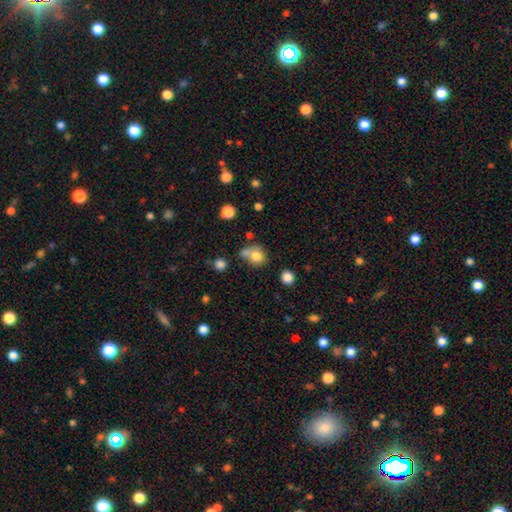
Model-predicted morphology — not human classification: Smooth or featured?
  - smooth: 79% *
  - star or artifact: 12%
  - featured or disk: 10%
How rounded?
  - round: 78% *
  - in between: 21%
  - cigar-shaped: 1%
Merging?
  - none: 47% *
  - merger: 32%
  - minor disturbance: 14%
  - major disturbance: 7%